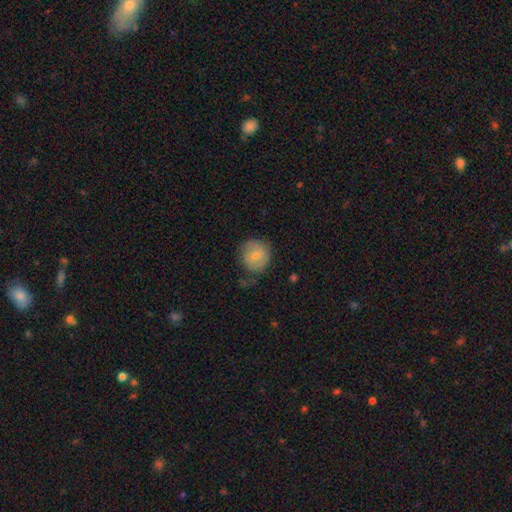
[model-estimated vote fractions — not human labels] The model was most divided on "smooth or featured": smooth: 70%, featured or disk: 23%, star or artifact: 7%. More confident: how rounded — round (88%); merging — none (69%).